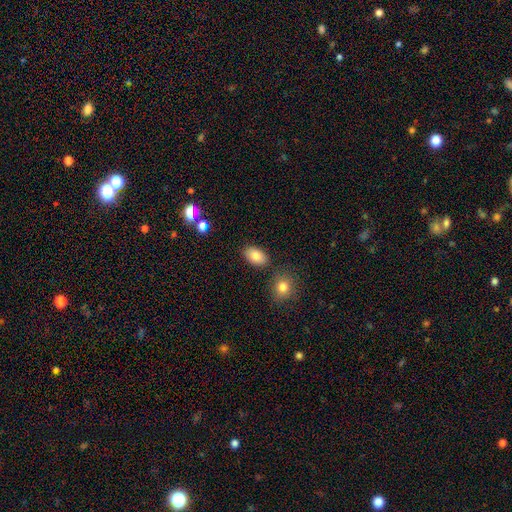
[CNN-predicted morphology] type=smooth (83%); roundness=in between (92%); merging=none (83%).